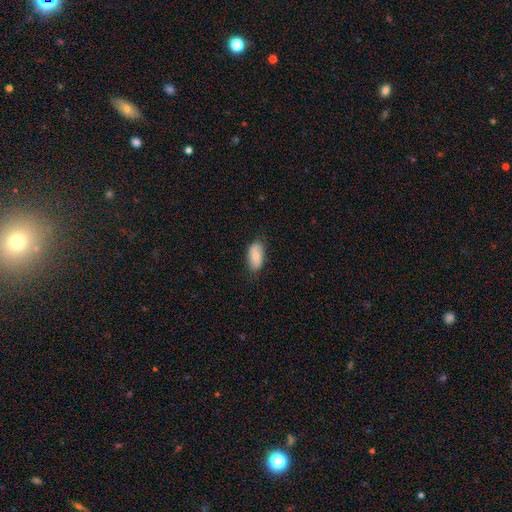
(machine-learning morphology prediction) Smooth or featured?
  - smooth: 76% *
  - featured or disk: 18%
  - star or artifact: 6%
How rounded?
  - in between: 93% *
  - cigar-shaped: 4%
  - round: 3%
Merging?
  - none: 79% *
  - minor disturbance: 17%
  - major disturbance: 3%
  - merger: 1%